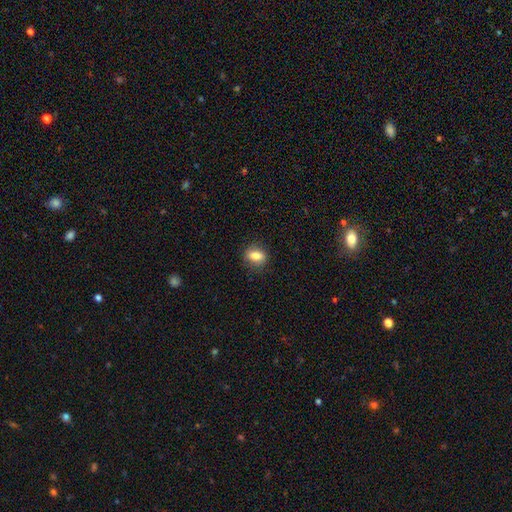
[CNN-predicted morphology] The model was most divided on "how rounded": in between: 56%, round: 41%, cigar-shaped: 2%. More confident: merging — none (85%); smooth or featured — smooth (79%).